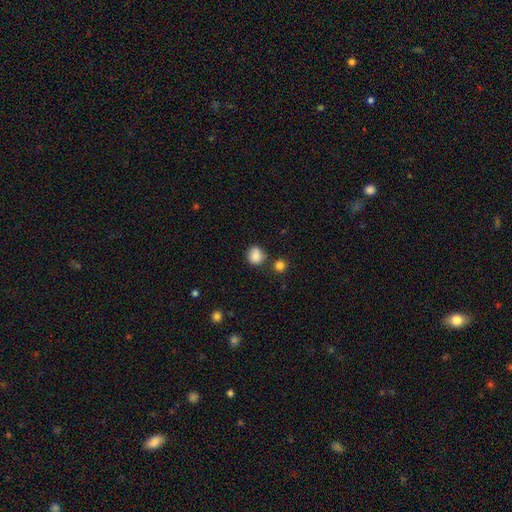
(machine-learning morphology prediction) Smooth or featured? Predicted: smooth (p=0.85). How rounded? Predicted: round (p=0.80). Merging? Predicted: none (p=0.71).